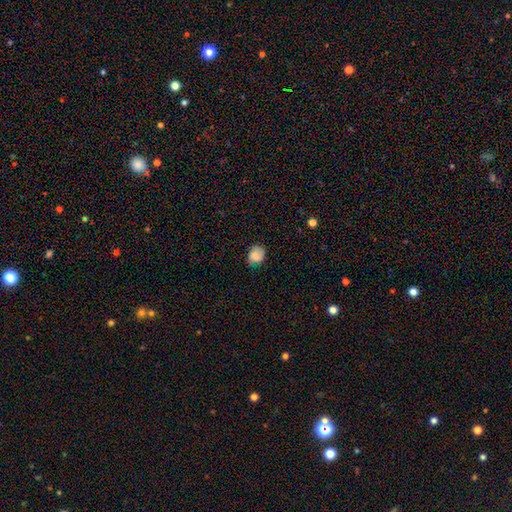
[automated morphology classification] Overall: smooth (76%). How rounded: round (54%; in between 45%). Merging: none (70%).